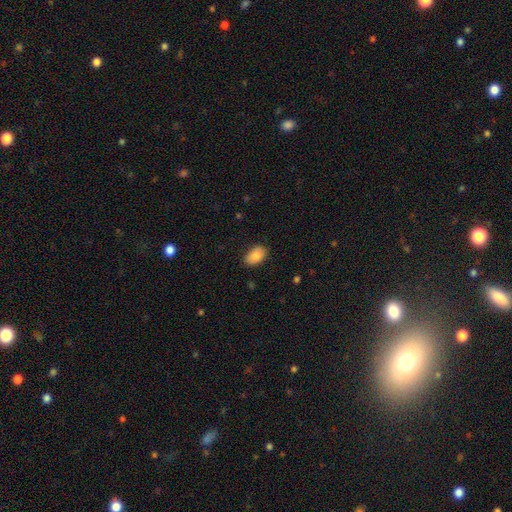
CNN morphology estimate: Smooth or featured: smooth — 87% (star or artifact — 7%)
How rounded: in between — 92% (round — 7%)
Merging: none — 86% (minor disturbance — 11%)